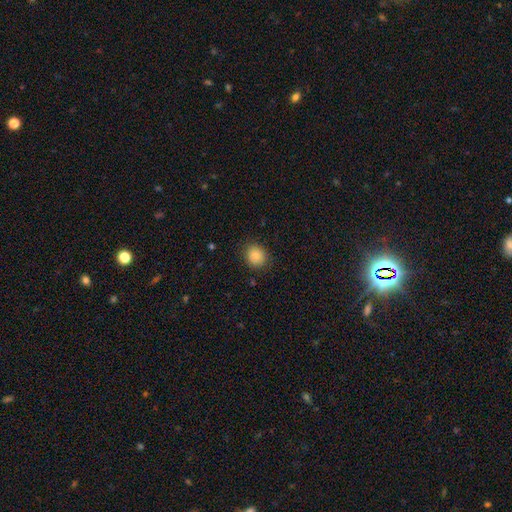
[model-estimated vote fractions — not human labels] smooth-or-featured: smooth: 85% | star or artifact: 10% | featured or disk: 5%
  how-rounded: round: 77% | in between: 22% | cigar-shaped: 1%
  merging: none: 85% | minor disturbance: 11% | major disturbance: 3% | merger: 1%